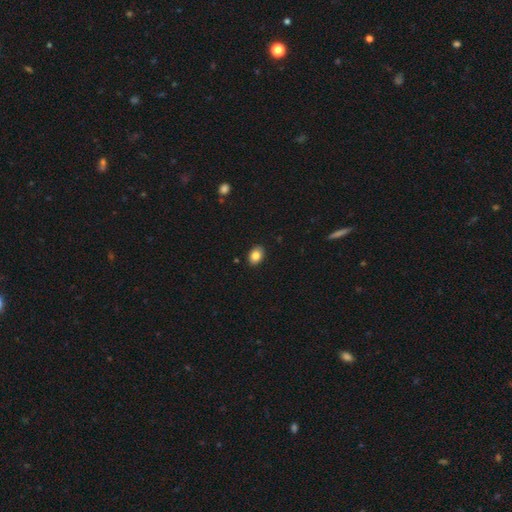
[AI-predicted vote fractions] smooth_or_featured: smooth (p=0.84) [alt: star or artifact p=0.09]
how_rounded: in between (p=0.72) [alt: round p=0.27]
merging: none (p=0.90) [alt: minor disturbance p=0.08]